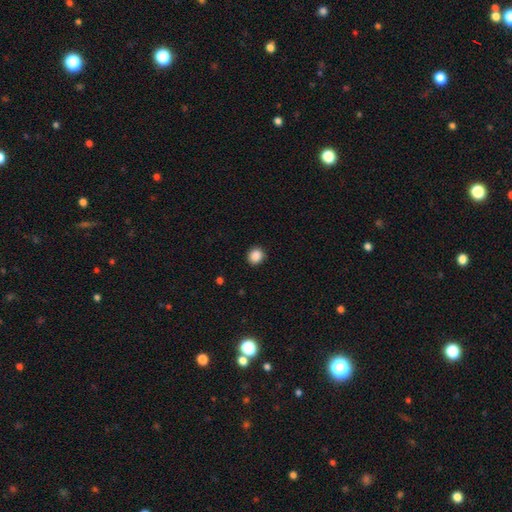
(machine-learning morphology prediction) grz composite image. It shows a smooth galaxy with no disk features (88%) that is round (86%). Merging: none (90%).